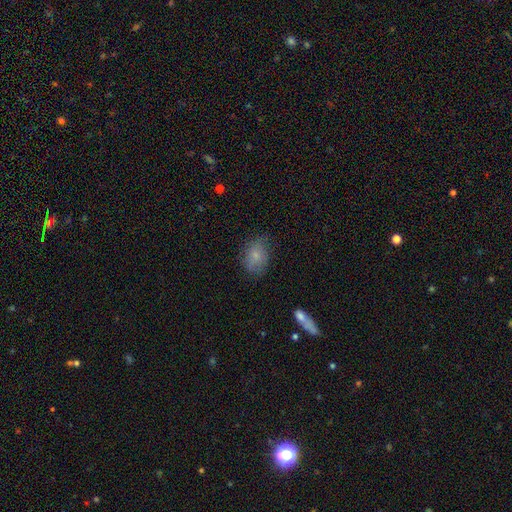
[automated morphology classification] This appears to be a smooth galaxy with no disk features (78%) that is in between round and cigar-shaped (74%). Merging: none (68%).